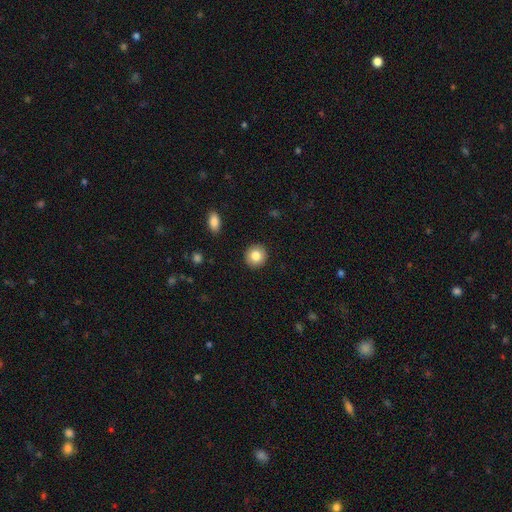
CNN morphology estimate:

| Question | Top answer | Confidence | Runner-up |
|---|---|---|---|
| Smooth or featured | smooth | 84% | star or artifact (8%) |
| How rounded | round | 91% | in between (8%) |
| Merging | none | 92% | minor disturbance (6%) |